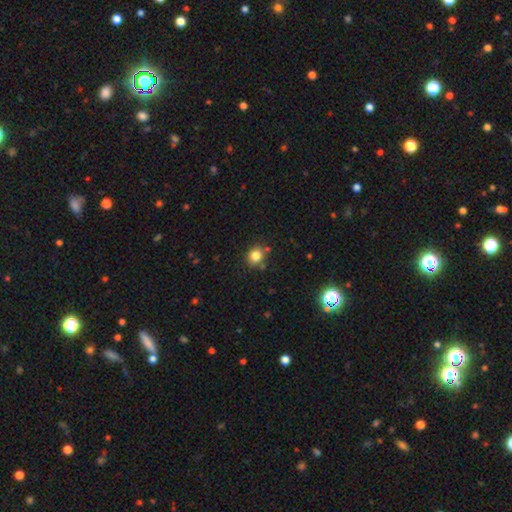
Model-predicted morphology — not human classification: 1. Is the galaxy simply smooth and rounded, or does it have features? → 81% smooth, 12% star or artifact, 6% featured or disk.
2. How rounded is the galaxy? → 78% round, 21% in between, 1% cigar-shaped.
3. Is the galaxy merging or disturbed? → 79% none, 12% minor disturbance, 6% merger, 3% major disturbance.